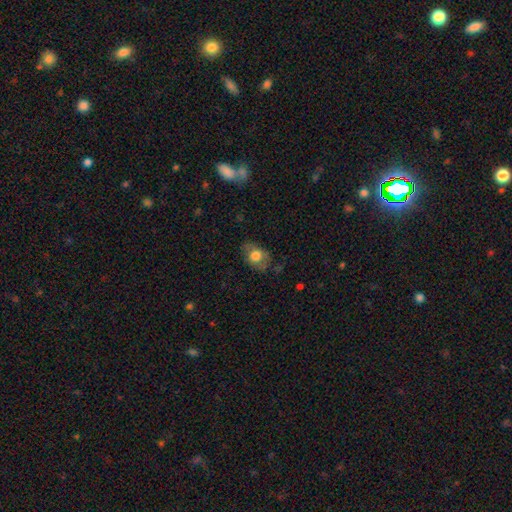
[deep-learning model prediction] A smooth galaxy with no disk features (67%) that is in between round and cigar-shaped (76%). Merging: none (68%).